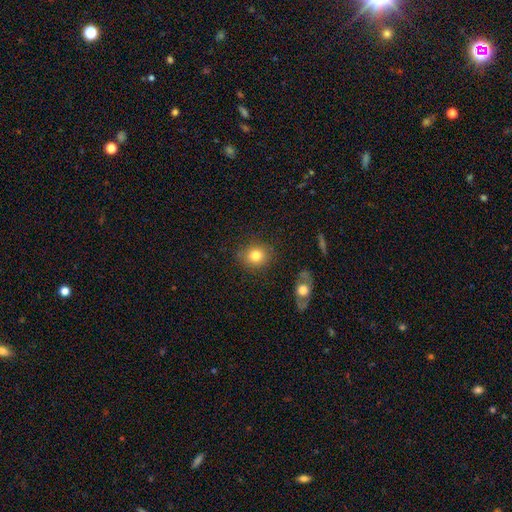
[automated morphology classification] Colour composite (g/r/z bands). It shows a smooth galaxy with no disk features (81%) that is round (79%). Merging: none (86%).